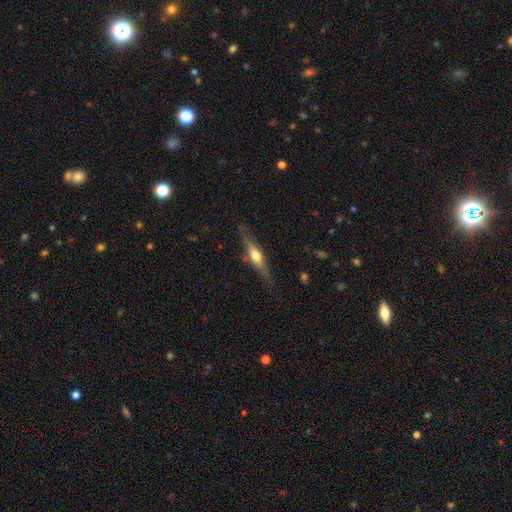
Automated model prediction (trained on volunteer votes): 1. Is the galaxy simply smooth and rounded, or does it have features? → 64% featured or disk, 31% smooth, 6% star or artifact.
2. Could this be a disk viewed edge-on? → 94% yes, 6% no.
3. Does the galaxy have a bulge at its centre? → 88% rounded, 7% boxy, 4% none.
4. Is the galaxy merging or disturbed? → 80% none, 15% minor disturbance, 4% major disturbance, 2% merger.